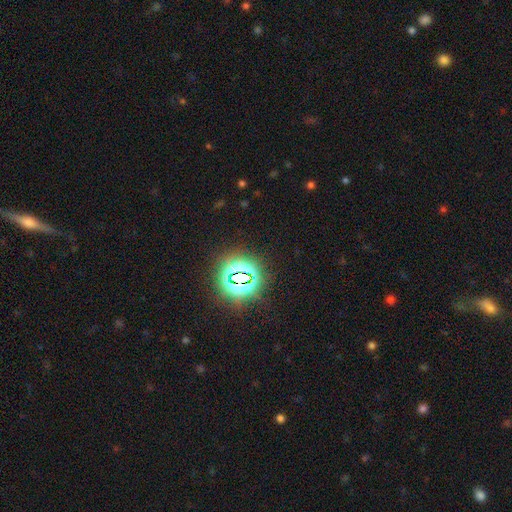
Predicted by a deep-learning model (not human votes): Overall: star or artifact (83%).